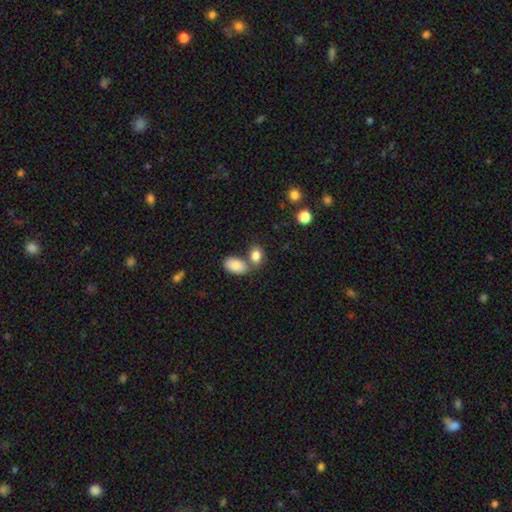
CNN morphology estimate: Smooth or featured: smooth — 84% (star or artifact — 9%)
How rounded: in between — 79% (round — 19%)
Merging: none — 48% (merger — 38%)